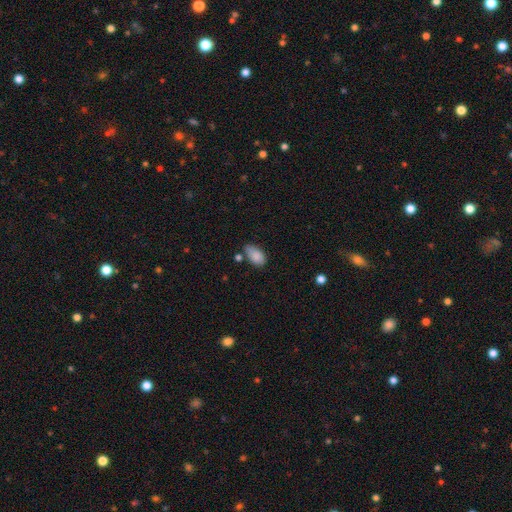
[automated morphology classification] Overall: smooth (86%). How rounded: in between (92%). Merging: none (56%; minor disturbance 29%).